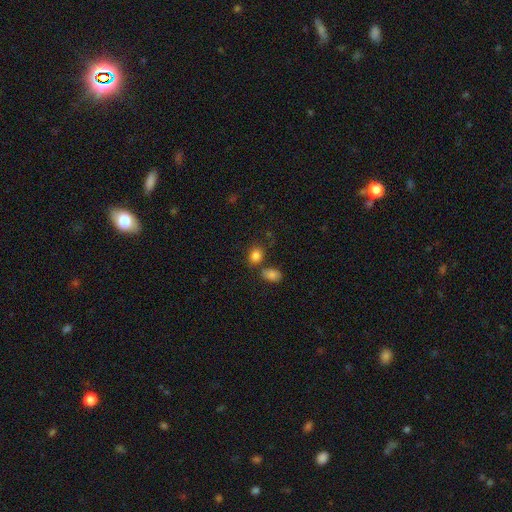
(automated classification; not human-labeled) Q: Smooth or featured?
A: smooth (83%); runner-up: star or artifact (10%)
Q: How rounded?
A: in between (54%); runner-up: round (45%)
Q: Merging?
A: none (64%); runner-up: merger (19%)